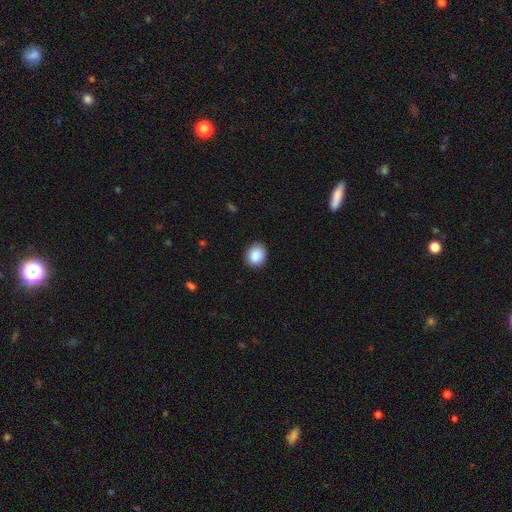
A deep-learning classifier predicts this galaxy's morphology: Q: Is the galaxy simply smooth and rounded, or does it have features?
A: smooth — 88%.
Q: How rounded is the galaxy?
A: round — 58%.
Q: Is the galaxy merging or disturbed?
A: none — 84%.